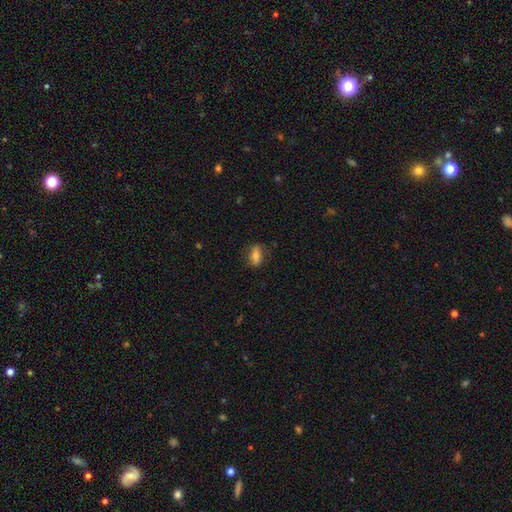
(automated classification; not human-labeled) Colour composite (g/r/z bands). It shows a smooth galaxy with no disk features (67%) that is in between round and cigar-shaped (78%). Merging: none (75%).